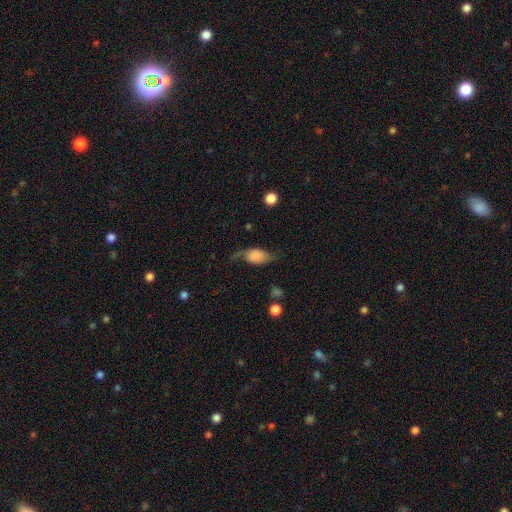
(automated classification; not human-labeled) The model was most divided on "smooth or featured": smooth: 48%, featured or disk: 43%, star or artifact: 8%. Remaining: merging — none (48%).